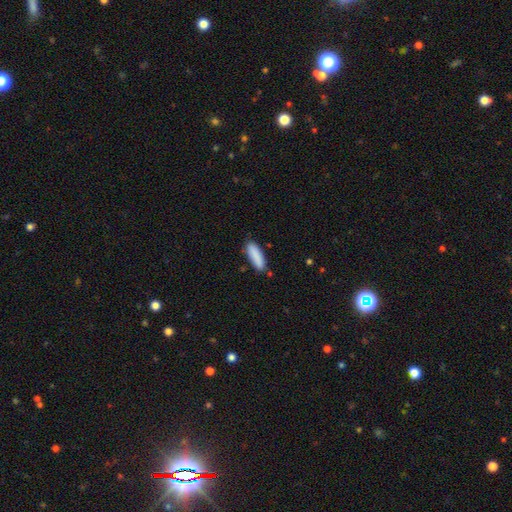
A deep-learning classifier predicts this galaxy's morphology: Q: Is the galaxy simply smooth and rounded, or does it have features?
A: smooth — 89%.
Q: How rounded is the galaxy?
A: cigar-shaped — 50%.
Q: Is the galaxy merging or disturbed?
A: none — 82%.